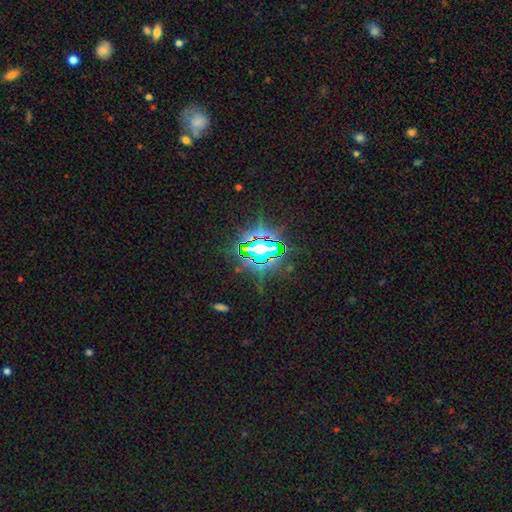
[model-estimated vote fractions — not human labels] Overall: star or artifact (78%).